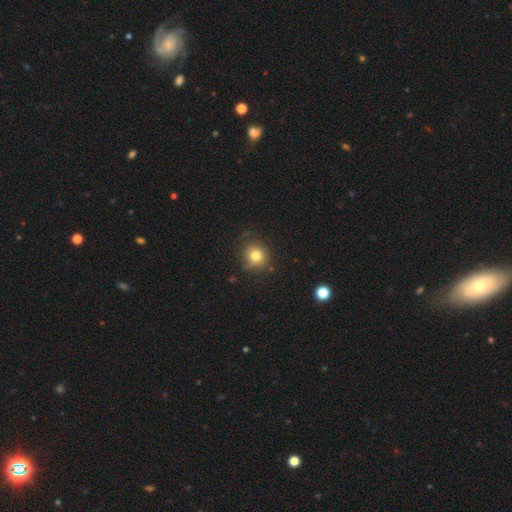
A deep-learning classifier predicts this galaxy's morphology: Q: Smooth or featured?
A: smooth (79%); runner-up: star or artifact (12%)
Q: How rounded?
A: round (86%); runner-up: in between (13%)
Q: Merging?
A: none (78%); runner-up: minor disturbance (15%)